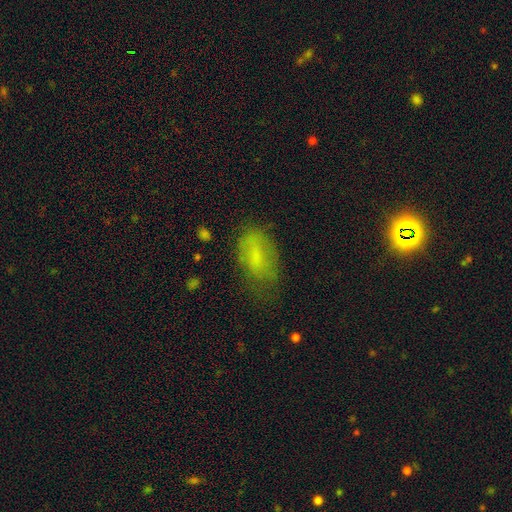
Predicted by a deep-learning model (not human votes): Smooth or featured: smooth — 63% (featured or disk — 22%)
How rounded: in between — 89% (round — 6%)
Merging: none — 61% (minor disturbance — 26%)